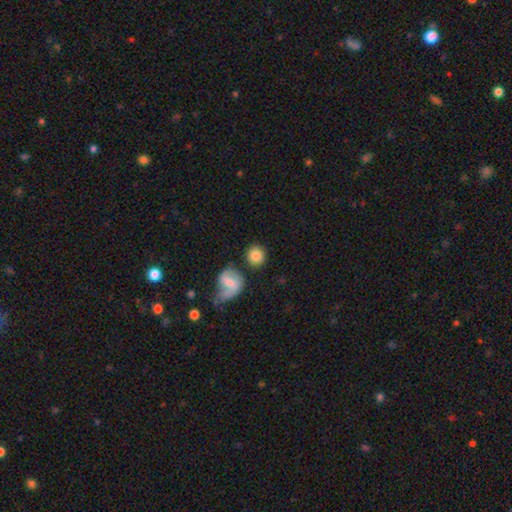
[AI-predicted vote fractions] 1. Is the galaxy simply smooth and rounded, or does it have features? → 81% smooth, 12% featured or disk, 7% star or artifact.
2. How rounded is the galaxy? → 88% round, 11% in between, 1% cigar-shaped.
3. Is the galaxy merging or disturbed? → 74% none, 11% minor disturbance, 10% merger, 5% major disturbance.